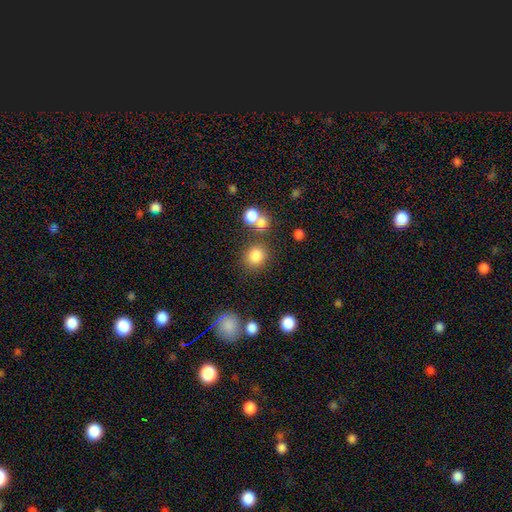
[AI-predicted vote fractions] smooth_or_featured: smooth (p=0.82) [alt: star or artifact p=0.12]
how_rounded: round (p=0.83) [alt: in between p=0.16]
merging: none (p=0.77) [alt: minor disturbance p=0.10]